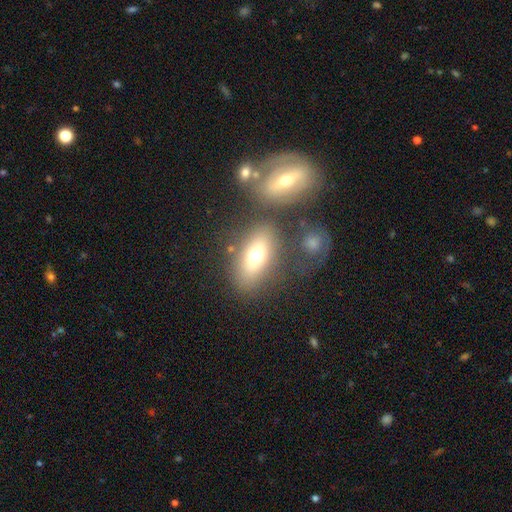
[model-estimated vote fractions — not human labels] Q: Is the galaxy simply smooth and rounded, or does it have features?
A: smooth — 68%.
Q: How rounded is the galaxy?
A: in between — 81%.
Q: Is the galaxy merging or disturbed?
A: none — 72%.